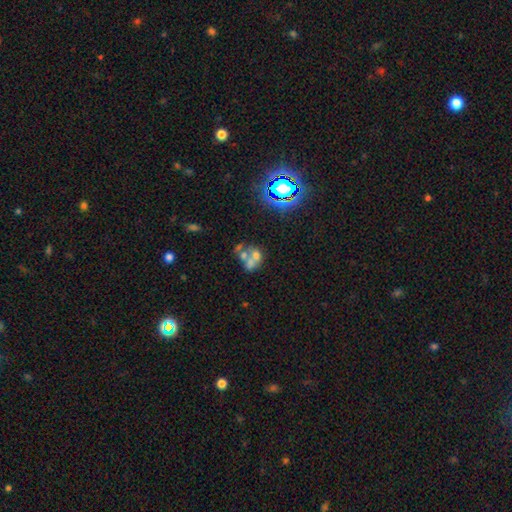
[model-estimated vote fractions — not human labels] Overall: smooth (45%; featured or disk 36%). Merging: merger (60%; none 24%).